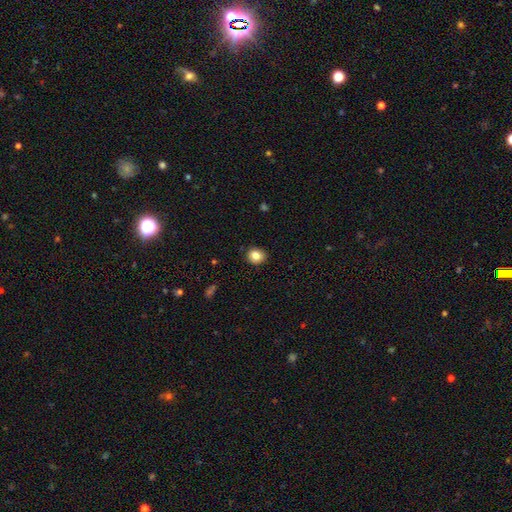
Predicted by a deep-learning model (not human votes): smooth_or_featured: smooth (p=0.84) [alt: star or artifact p=0.10]
how_rounded: round (p=0.72) [alt: in between p=0.27]
merging: none (p=0.89) [alt: minor disturbance p=0.08]